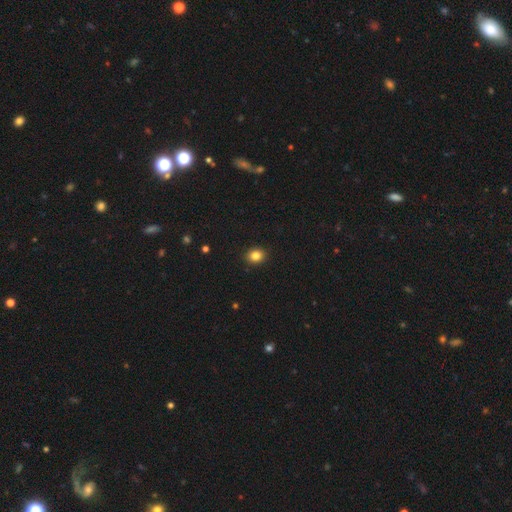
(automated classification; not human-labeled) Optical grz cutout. It shows a smooth galaxy with no disk features (84%) that is round (65%). Merging: none (91%).